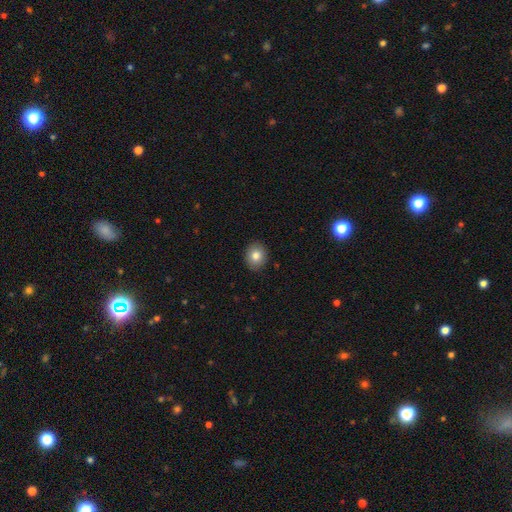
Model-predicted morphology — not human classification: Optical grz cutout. It shows a smooth galaxy with no disk features (82%) that is round (63%). Merging: none (91%).